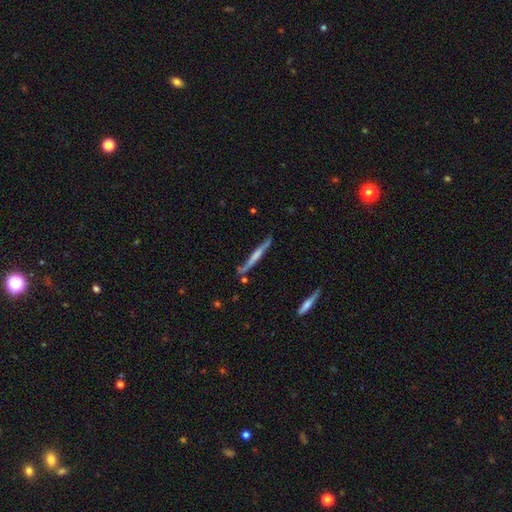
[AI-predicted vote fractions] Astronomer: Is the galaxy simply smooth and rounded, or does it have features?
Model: featured or disk — 55% (runner-up: smooth, 40%).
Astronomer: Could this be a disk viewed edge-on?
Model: yes — 93%.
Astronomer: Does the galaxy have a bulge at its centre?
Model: none — 48% (runner-up: rounded, 27%).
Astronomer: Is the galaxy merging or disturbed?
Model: none — 73%.